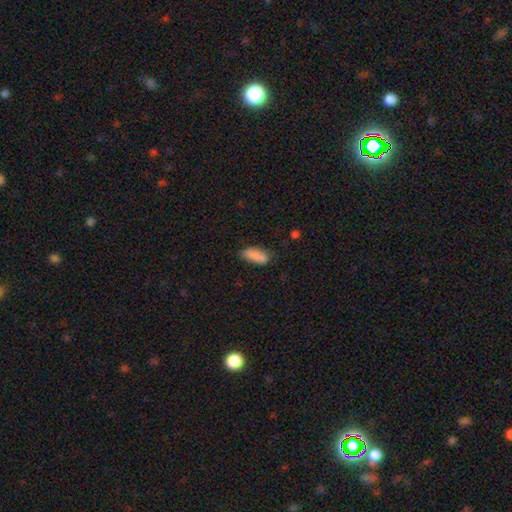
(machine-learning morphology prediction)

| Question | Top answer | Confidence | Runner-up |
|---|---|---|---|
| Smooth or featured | smooth | 86% | star or artifact (8%) |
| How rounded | in between | 79% | cigar-shaped (19%) |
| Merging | none | 61% | minor disturbance (29%) |